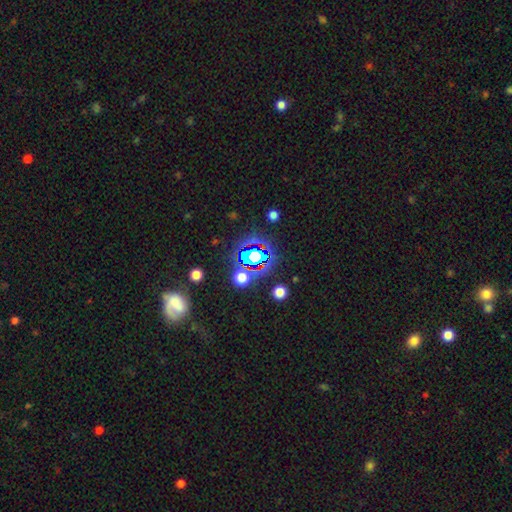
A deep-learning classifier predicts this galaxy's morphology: Smooth or featured?
  - star or artifact: 70% *
  - smooth: 19%
  - featured or disk: 11%